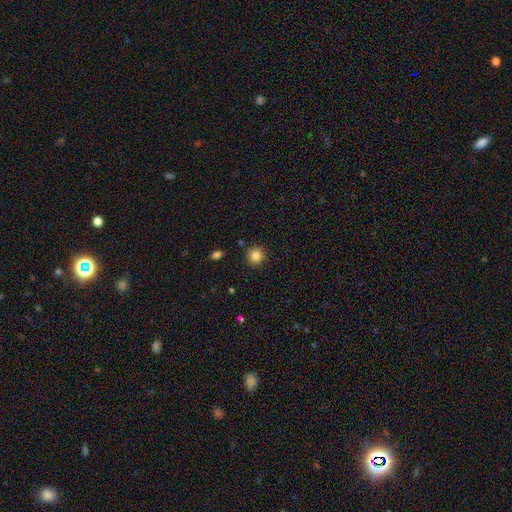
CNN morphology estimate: smooth-or-featured: smooth: 84% | star or artifact: 11% | featured or disk: 5%
  how-rounded: round: 91% | in between: 8% | cigar-shaped: 1%
  merging: none: 87% | minor disturbance: 8% | merger: 3% | major disturbance: 2%